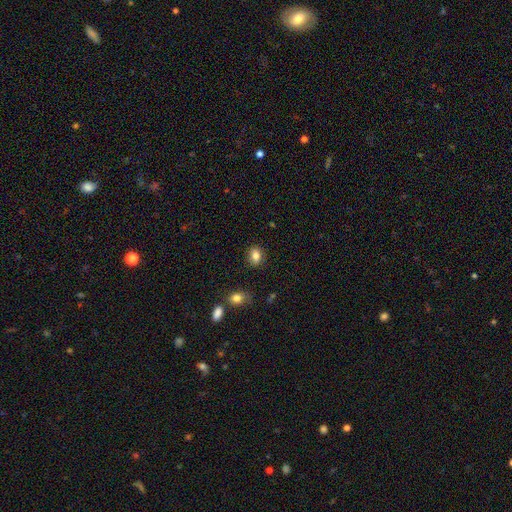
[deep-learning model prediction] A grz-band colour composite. It shows a smooth galaxy with no disk features (82%) that is in between round and cigar-shaped (59%). Merging: none (84%).